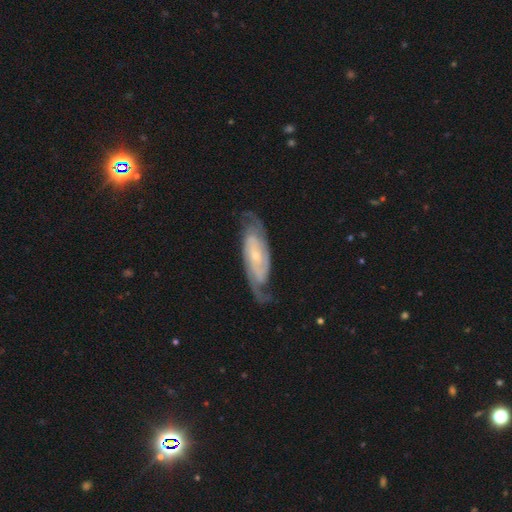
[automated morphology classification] Overall: featured or disk (87%). Edge-on disk: no (91%). Bar: no (59%; weak 30%). Spiral arms: yes (97%). Spiral arm count: 2 (68%). Spiral winding: tight (55%; medium 35%). Bulge size: small (73%). Merging: none (73%).